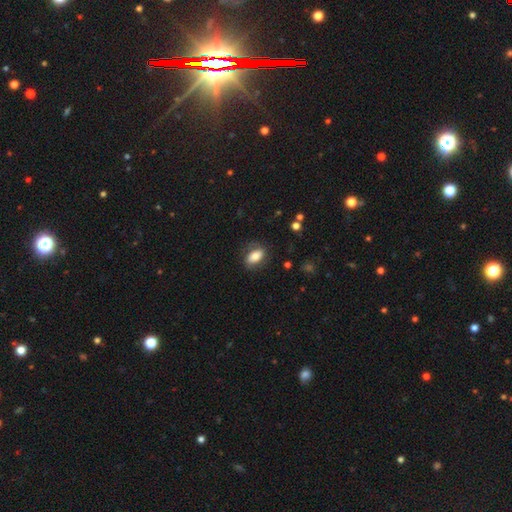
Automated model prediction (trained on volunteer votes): The model was most divided on "smooth or featured": smooth: 73%, featured or disk: 20%, star or artifact: 7%. More confident: how rounded — in between (89%); merging — none (73%).